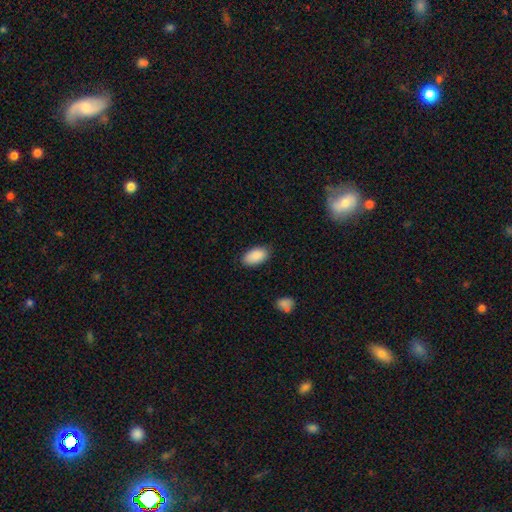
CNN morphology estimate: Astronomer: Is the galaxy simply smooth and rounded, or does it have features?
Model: smooth — 90%.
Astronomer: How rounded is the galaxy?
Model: in between — 95%.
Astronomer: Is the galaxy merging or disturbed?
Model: none — 84%.